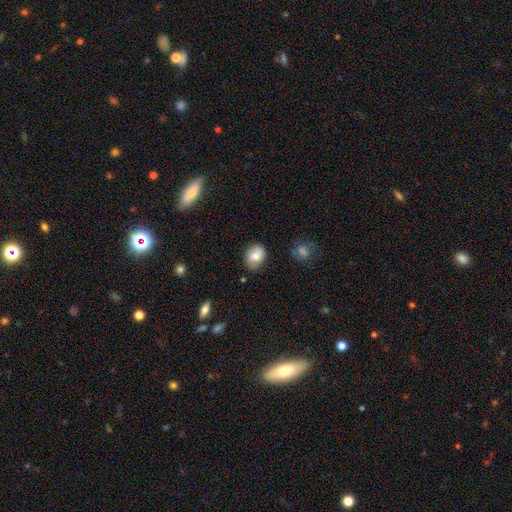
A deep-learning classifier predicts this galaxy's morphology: A smooth galaxy with no disk features (75%) that is in between round and cigar-shaped (55%).

Vote fractions:
- Smooth or featured? smooth: 75% / featured or disk: 17% / star or artifact: 8%
- How rounded? in between: 55% / round: 43% / cigar-shaped: 1%
- Merging? none: 72% / minor disturbance: 21% / major disturbance: 5% / merger: 2%